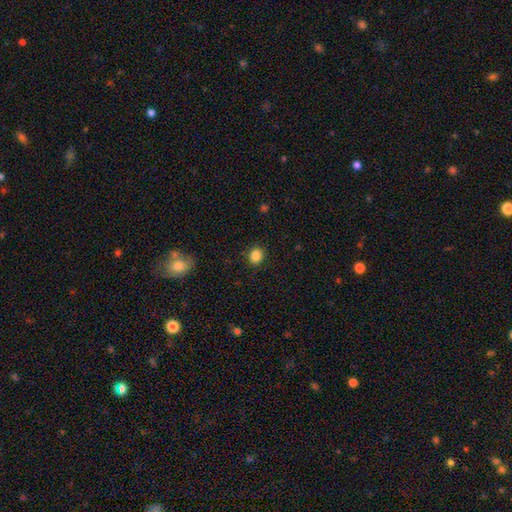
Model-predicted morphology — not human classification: Smooth or featured: smooth — 85% (star or artifact — 11%)
How rounded: round — 75% (in between — 24%)
Merging: none — 90% (minor disturbance — 7%)